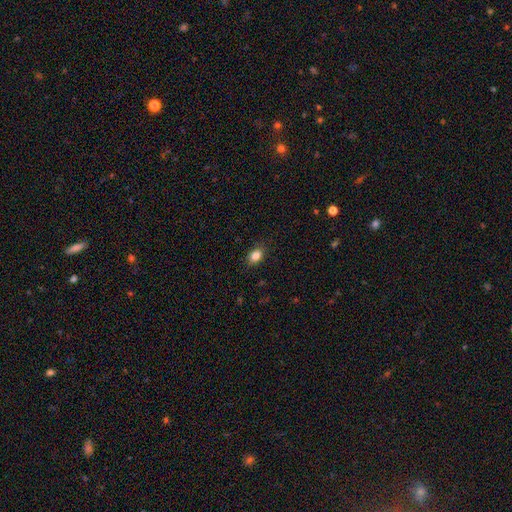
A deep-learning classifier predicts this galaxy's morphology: This appears to be a smooth galaxy with no disk features (85%) that is in between round and cigar-shaped (76%). Merging: none (87%).